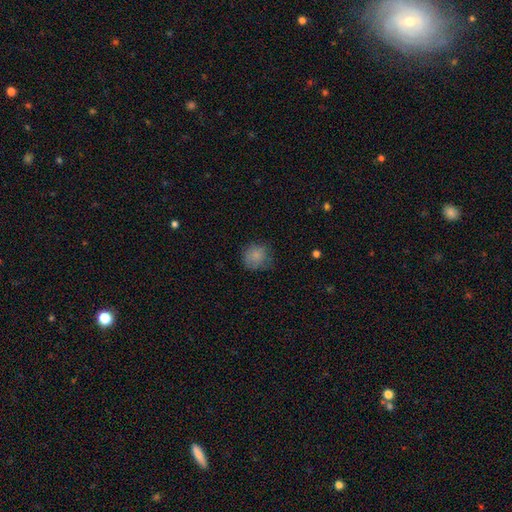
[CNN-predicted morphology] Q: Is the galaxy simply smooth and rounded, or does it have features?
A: smooth — 82%.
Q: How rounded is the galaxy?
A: round — 83%.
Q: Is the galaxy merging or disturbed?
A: none — 66%.